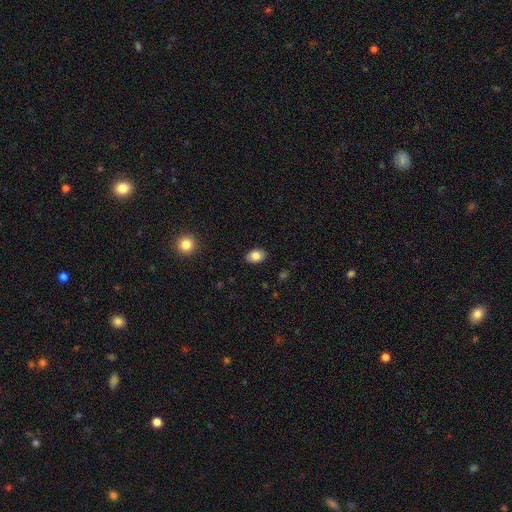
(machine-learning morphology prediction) smooth 84%, star or artifact 8%, featured or disk 7%. Down the decision tree: how rounded — in between (82%); merging — none (88%).